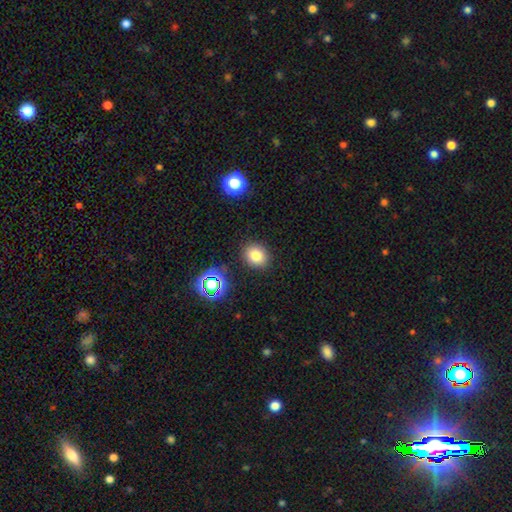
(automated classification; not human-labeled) Q: Smooth or featured?
A: smooth (78%); runner-up: star or artifact (15%)
Q: How rounded?
A: round (66%); runner-up: in between (33%)
Q: Merging?
A: none (87%); runner-up: minor disturbance (9%)